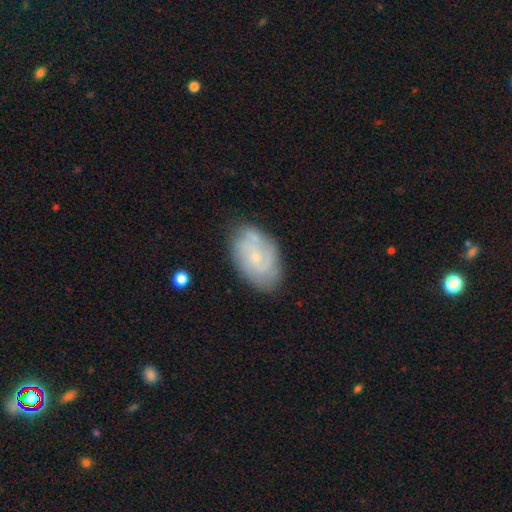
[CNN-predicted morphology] Smooth or featured?
  - featured or disk: 57% *
  - smooth: 35%
  - star or artifact: 7%
Edge-on disk?
  - no: 96% *
  - yes: 4%
Bar?
  - no: 69% *
  - weak: 27%
  - strong: 4%
Spiral arms?
  - yes: 78% *
  - no: 22%
Bulge size?
  - small: 68% *
  - moderate: 23%
  - none: 7%
  - large: 1%
  - dominant: 1%
Merging?
  - none: 72% *
  - minor disturbance: 20%
  - major disturbance: 5%
  - merger: 3%